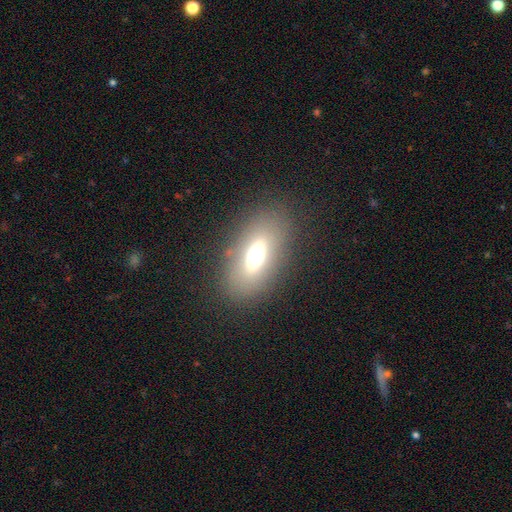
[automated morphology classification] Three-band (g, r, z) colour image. It shows a smooth galaxy with no disk features (54%) that is in between round and cigar-shaped (80%). Merging: none (80%).